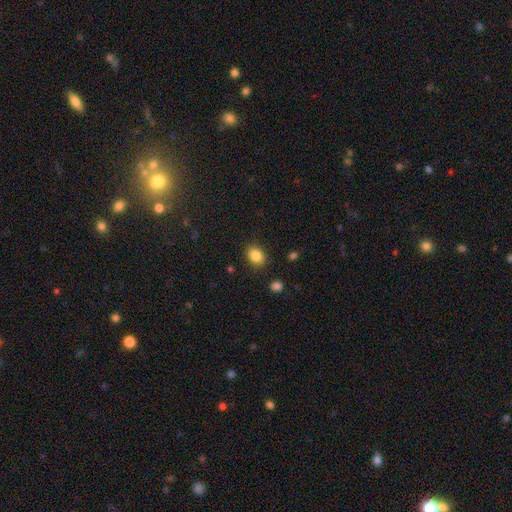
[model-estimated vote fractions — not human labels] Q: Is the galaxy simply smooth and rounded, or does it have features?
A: smooth — 86%.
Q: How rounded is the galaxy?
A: in between — 65%.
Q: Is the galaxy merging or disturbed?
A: none — 86%.